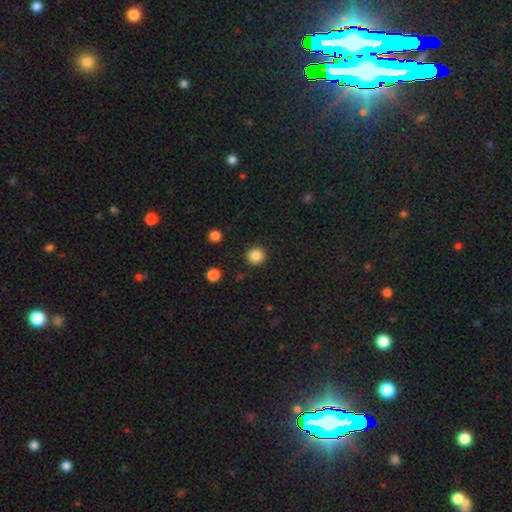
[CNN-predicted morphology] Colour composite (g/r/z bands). It shows a smooth galaxy with no disk features (86%) that is round (93%). Merging: none (91%).